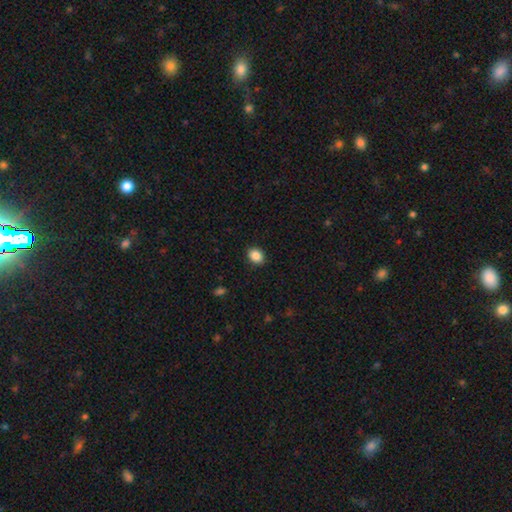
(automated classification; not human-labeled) Smooth or featured?
  - smooth: 88% *
  - star or artifact: 9%
  - featured or disk: 3%
How rounded?
  - in between: 56% *
  - round: 43%
  - cigar-shaped: 1%
Merging?
  - none: 90% *
  - minor disturbance: 7%
  - major disturbance: 2%
  - merger: 1%